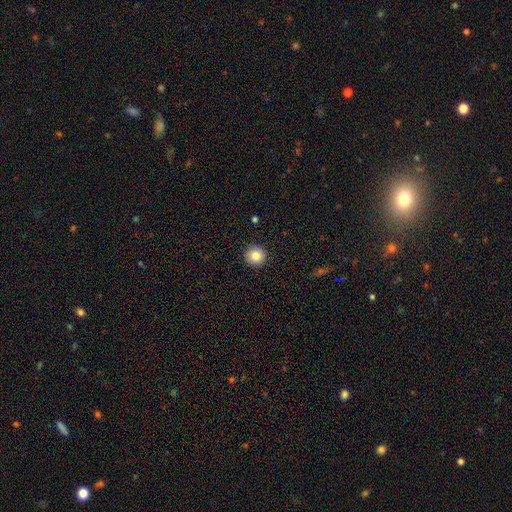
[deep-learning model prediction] A smooth galaxy with no disk features (84%) that is round (95%). Merging: none (93%).